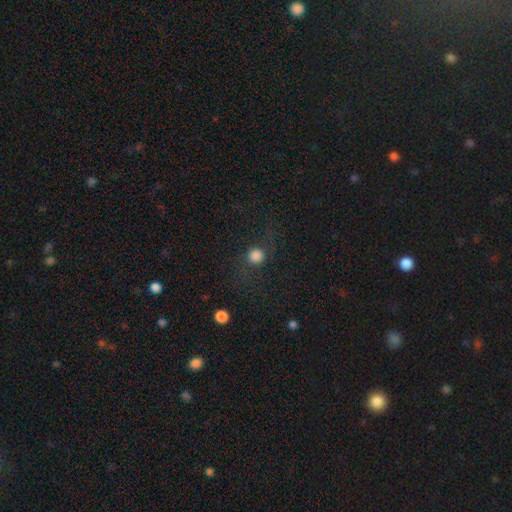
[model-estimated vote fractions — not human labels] Smooth or featured? Predicted: smooth (p=0.77). How rounded? Predicted: round (p=0.90). Merging? Predicted: none (p=0.77).